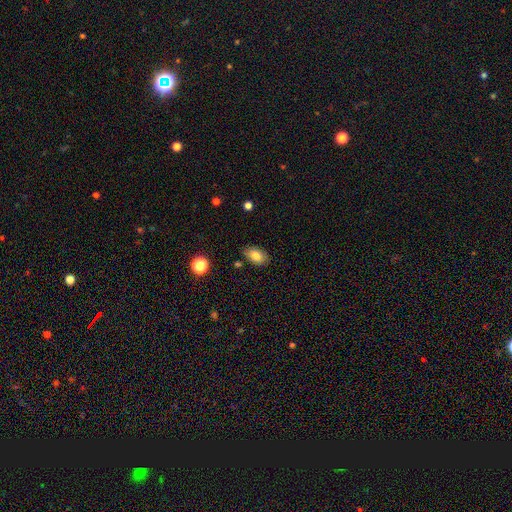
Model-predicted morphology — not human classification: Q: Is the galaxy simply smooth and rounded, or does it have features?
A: smooth — 82%.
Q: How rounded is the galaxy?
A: in between — 90%.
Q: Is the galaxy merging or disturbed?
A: none — 81%.